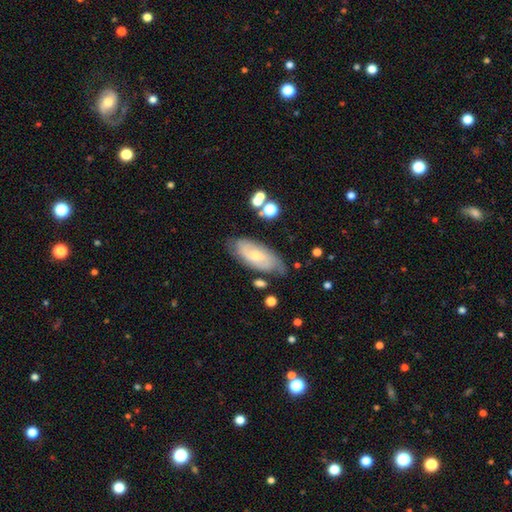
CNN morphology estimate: This appears to be a featured or disk galaxy (55%). Merging: none (67%).